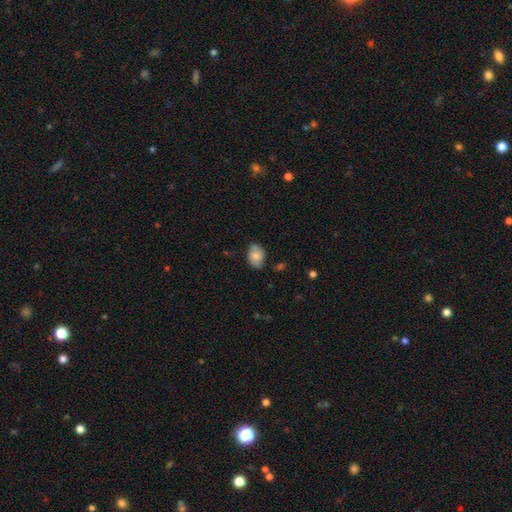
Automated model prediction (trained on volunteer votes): Smooth or featured? smooth (64%)
How rounded? in between (83%)
Merging? none (70%)